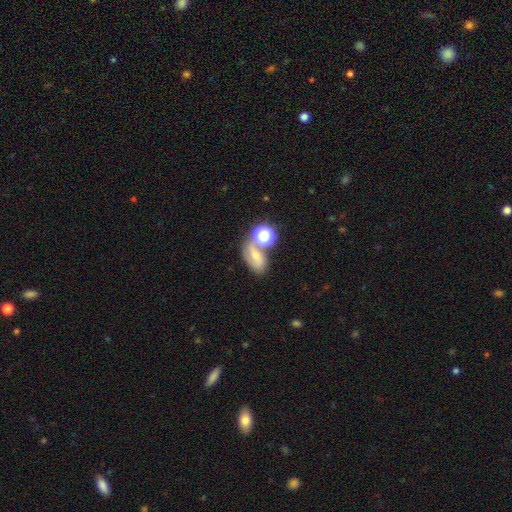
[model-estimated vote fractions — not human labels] Smooth or featured? smooth (49%)
Merging? none (42%)